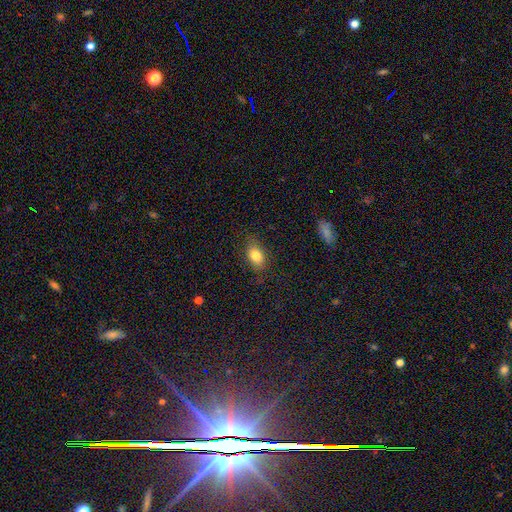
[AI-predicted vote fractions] Smooth or featured: smooth — 82% (featured or disk — 9%)
How rounded: in between — 84% (round — 13%)
Merging: none — 80% (minor disturbance — 15%)